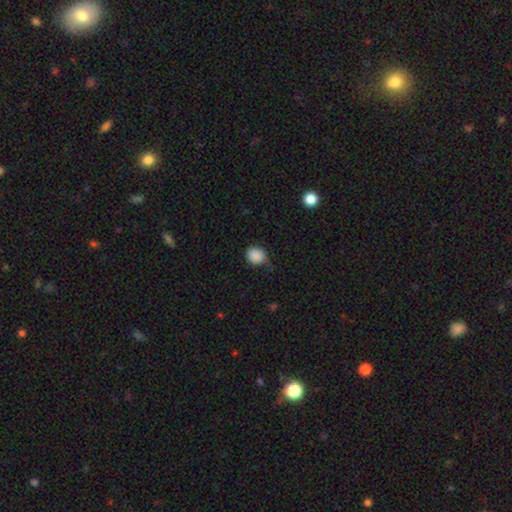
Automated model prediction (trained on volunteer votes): Overall: smooth (88%). How rounded: round (81%). Merging: none (70%).